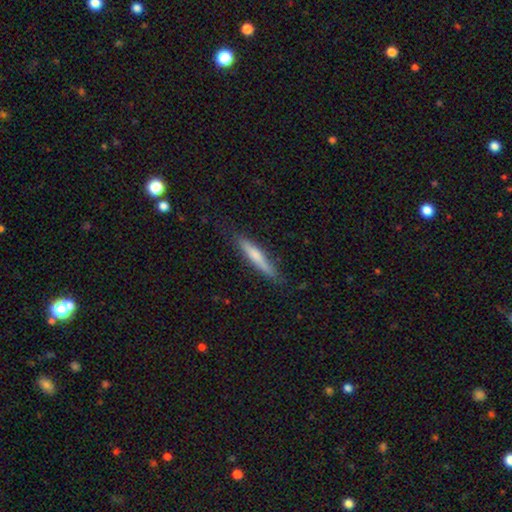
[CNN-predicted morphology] type=smooth (62%); roundness=cigar-shaped (92%); merging=none (81%).